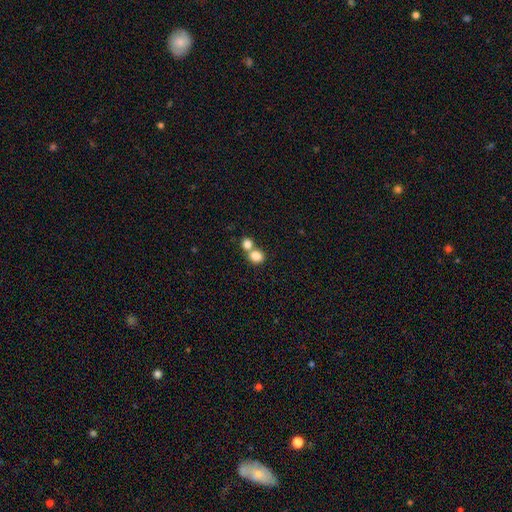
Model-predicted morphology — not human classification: Overall: smooth (83%). How rounded: round (74%). Merging: merger (50%; none 42%).